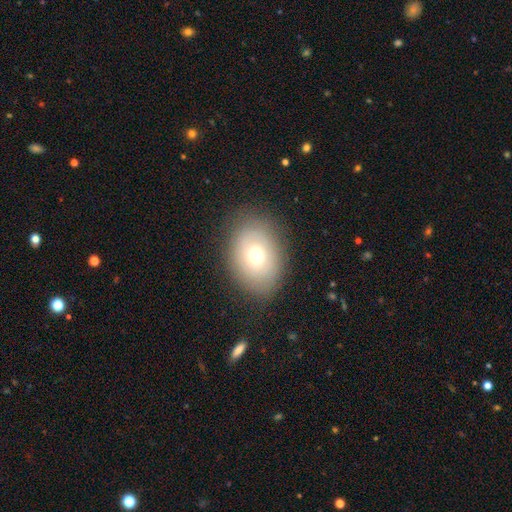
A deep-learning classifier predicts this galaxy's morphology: This is likely a smooth galaxy (64%). How rounded: likely in between (71%). Merging: clearly none (81%).